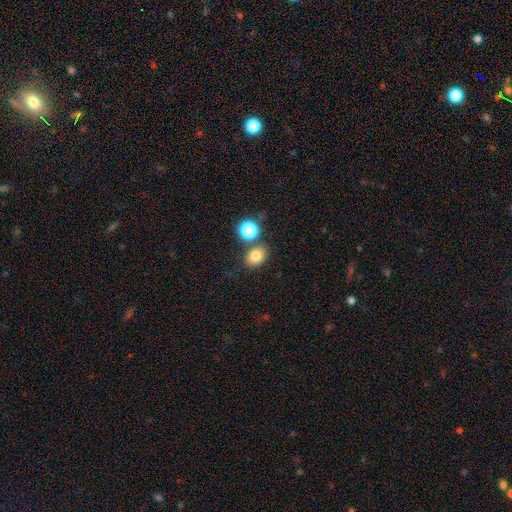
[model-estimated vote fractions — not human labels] Smooth or featured?
  - smooth: 78% *
  - star or artifact: 14%
  - featured or disk: 8%
How rounded?
  - in between: 50% *
  - round: 49%
  - cigar-shaped: 1%
Merging?
  - none: 75% *
  - merger: 12%
  - minor disturbance: 10%
  - major disturbance: 3%